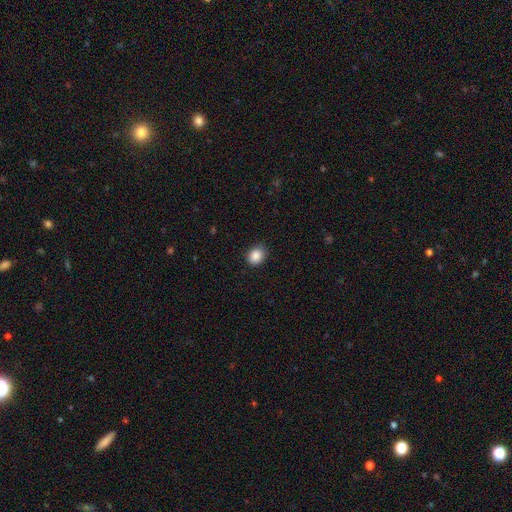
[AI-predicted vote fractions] smooth 88%, star or artifact 9%, featured or disk 4%. Down the decision tree: how rounded — round (61%); merging — none (81%).